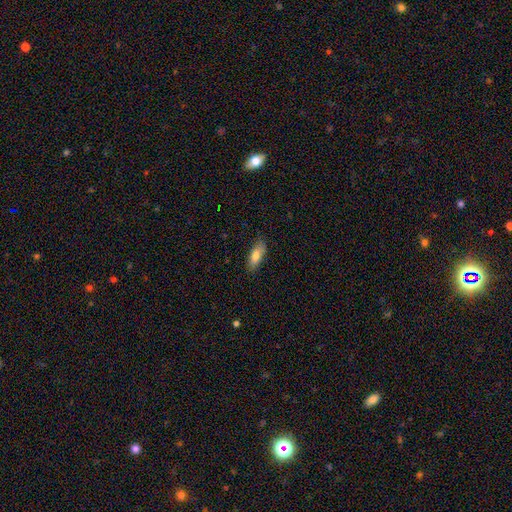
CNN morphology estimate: Smooth or featured? Predicted: smooth (p=0.80). How rounded? Predicted: in between (p=0.68). Merging? Predicted: none (p=0.83).